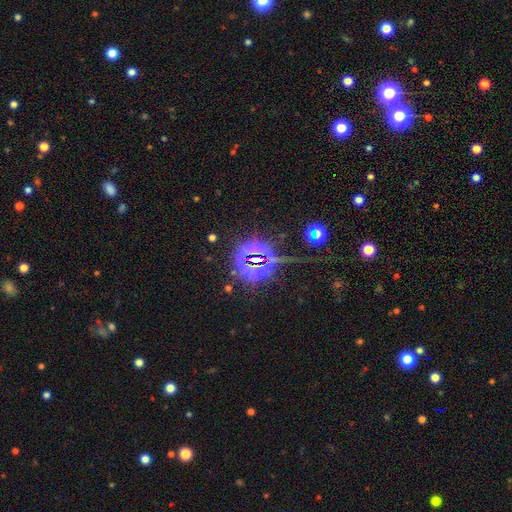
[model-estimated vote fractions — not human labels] star or artifact 83%, smooth 9%, featured or disk 8%.